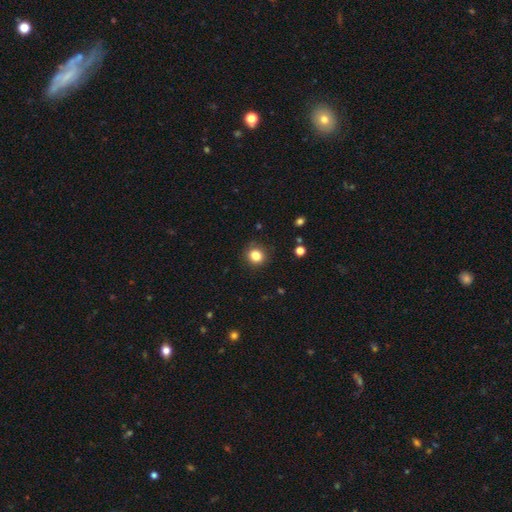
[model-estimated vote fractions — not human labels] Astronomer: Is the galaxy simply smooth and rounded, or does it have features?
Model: smooth — 84%.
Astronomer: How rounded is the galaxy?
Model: round — 83%.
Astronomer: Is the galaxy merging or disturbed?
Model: none — 87%.